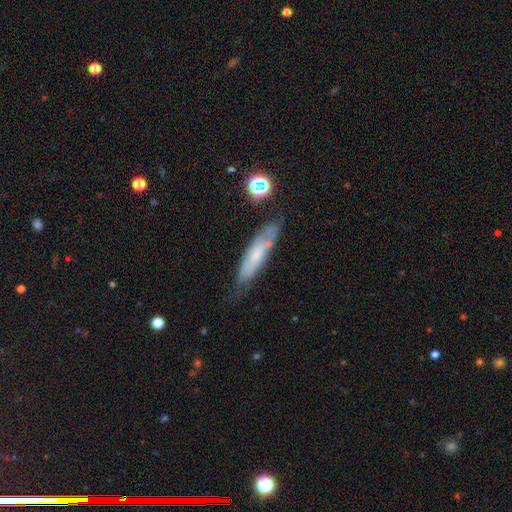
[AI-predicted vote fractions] smooth 46% (tied), featured or disk 46% (tied), star or artifact 9%. Down the decision tree: merging — none (63%).